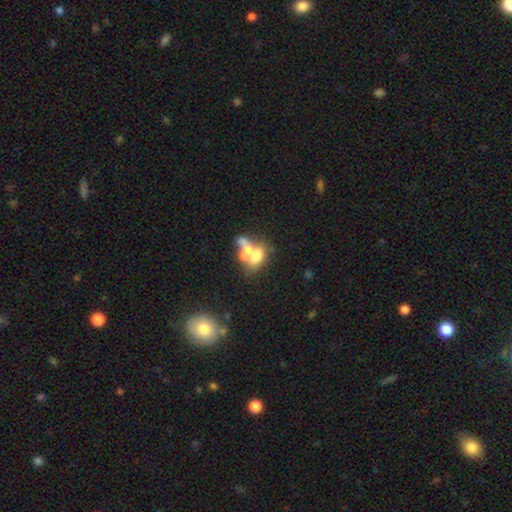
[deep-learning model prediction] A smooth galaxy with no disk features (55%) that is in between round and cigar-shaped (76%). Merging: merger (62%).